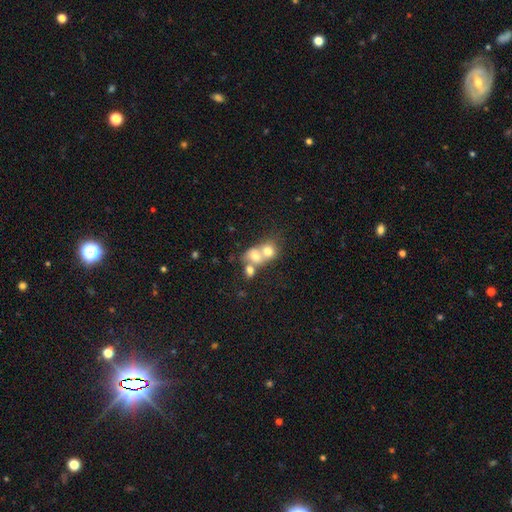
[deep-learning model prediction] Morphology: type=smooth (65%); roundness=round (61%); merging=merger (71%).